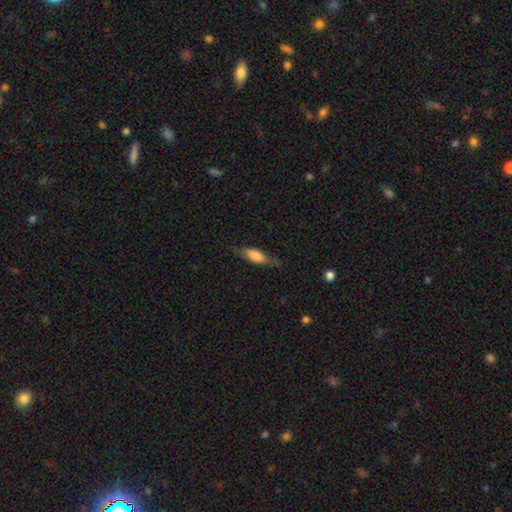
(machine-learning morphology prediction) smooth-or-featured: smooth: 73% | featured or disk: 21% | star or artifact: 6%
  how-rounded: in between: 60% | cigar-shaped: 38% | round: 2%
  merging: none: 70% | minor disturbance: 22% | major disturbance: 7% | merger: 1%